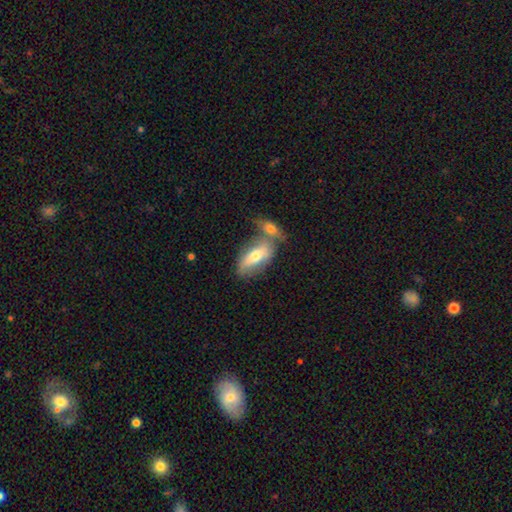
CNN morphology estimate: Overall: smooth (53%; featured or disk 41%). How rounded: in between (79%). Merging: merger (42%; none 39%).